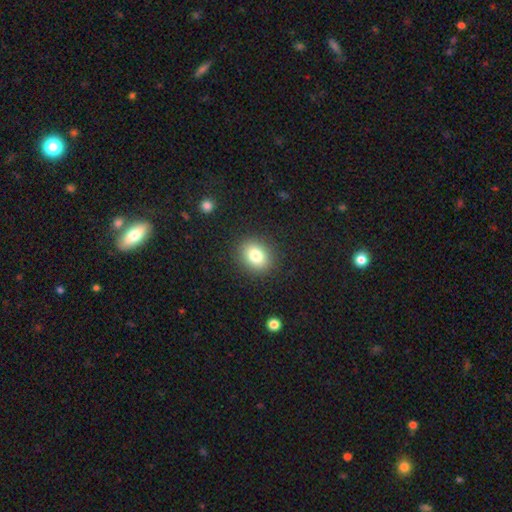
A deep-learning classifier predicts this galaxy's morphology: This is clearly a smooth galaxy (80%). How rounded: possibly round (58%). Merging: clearly none (89%).